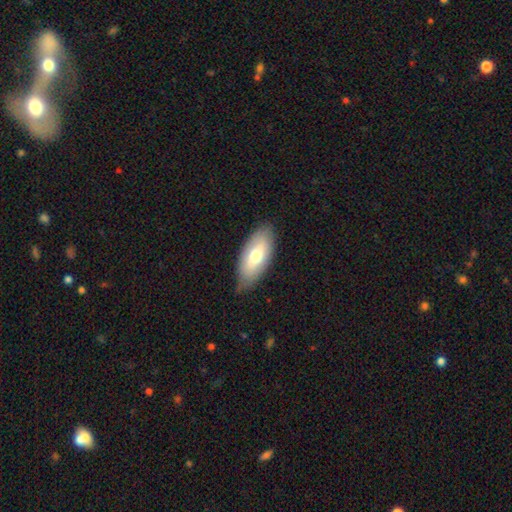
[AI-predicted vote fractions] Smooth or featured? Predicted: smooth (p=0.66). How rounded? Predicted: in between (p=0.89). Merging? Predicted: none (p=0.75).